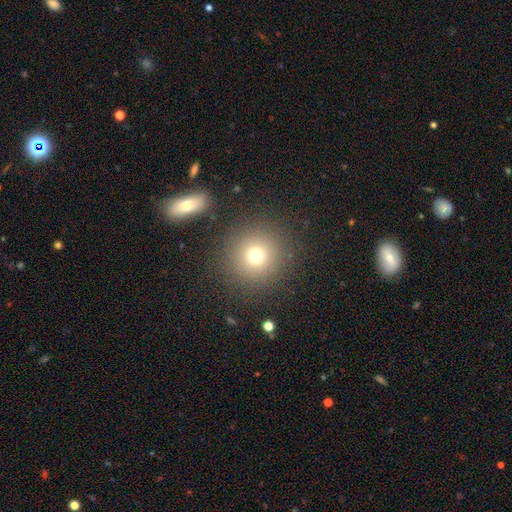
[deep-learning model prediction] smooth_or_featured: smooth (p=0.73) [alt: star or artifact p=0.16]
how_rounded: round (p=0.93) [alt: in between p=0.06]
merging: none (p=0.87) [alt: minor disturbance p=0.07]